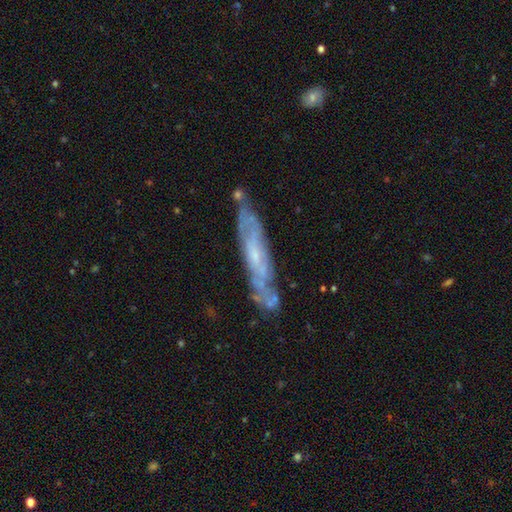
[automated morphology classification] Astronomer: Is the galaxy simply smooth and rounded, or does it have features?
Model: featured or disk — 72%.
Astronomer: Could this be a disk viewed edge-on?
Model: no — 52% (runner-up: yes, 48%).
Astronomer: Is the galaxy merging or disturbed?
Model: none — 72%.